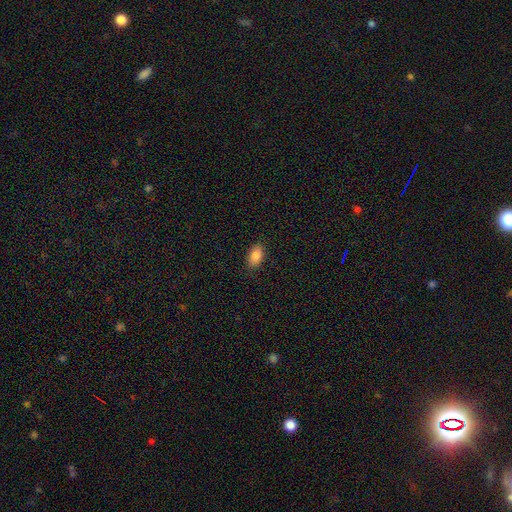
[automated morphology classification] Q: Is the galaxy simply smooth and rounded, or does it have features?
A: smooth — 87%.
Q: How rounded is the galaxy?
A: in between — 93%.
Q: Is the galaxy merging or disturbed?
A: none — 88%.